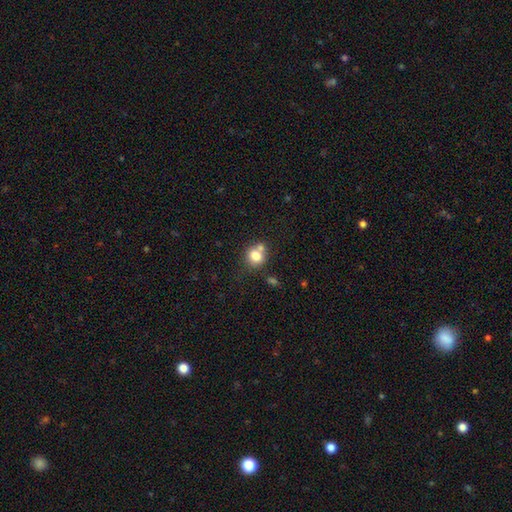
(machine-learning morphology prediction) smooth-or-featured: smooth: 77% | featured or disk: 12% | star or artifact: 10%
  how-rounded: round: 75% | in between: 24% | cigar-shaped: 1%
  merging: none: 49% | merger: 35% | minor disturbance: 11% | major disturbance: 4%